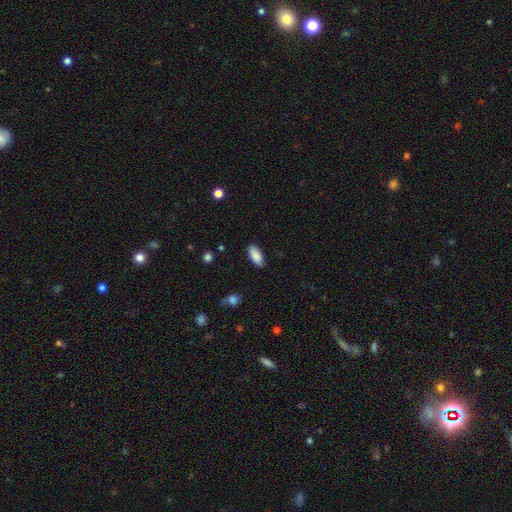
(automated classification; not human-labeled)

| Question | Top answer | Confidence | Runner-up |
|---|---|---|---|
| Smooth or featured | smooth | 89% | star or artifact (6%) |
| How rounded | in between | 88% | cigar-shaped (10%) |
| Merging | none | 86% | minor disturbance (11%) |